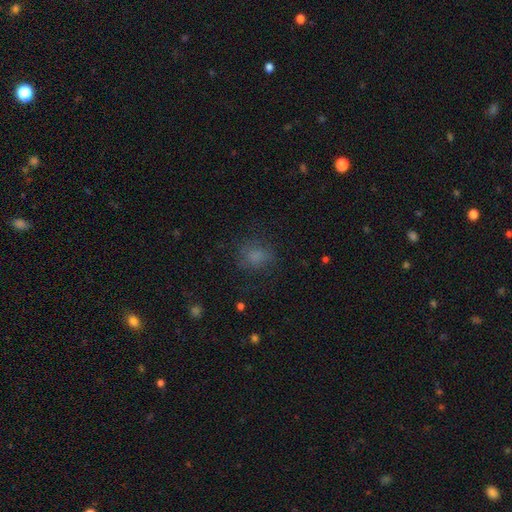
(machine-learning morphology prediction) This appears to be a smooth galaxy with no disk features (73%) that is round (57%). Merging: none (70%).